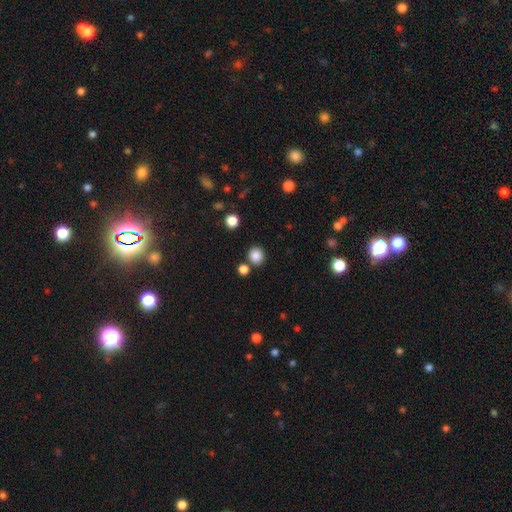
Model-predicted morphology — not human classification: smooth-or-featured: smooth: 85% | star or artifact: 11% | featured or disk: 4%
  how-rounded: round: 87% | in between: 12% | cigar-shaped: 1%
  merging: none: 78% | merger: 11% | minor disturbance: 8% | major disturbance: 3%